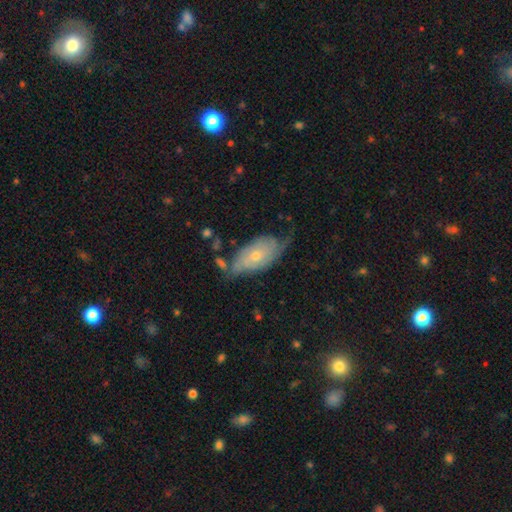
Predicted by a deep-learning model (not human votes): Smooth or featured?
  - featured or disk: 67% *
  - smooth: 25%
  - star or artifact: 8%
Edge-on disk?
  - no: 91% *
  - yes: 9%
Bar?
  - no: 78% *
  - weak: 18%
  - strong: 4%
Spiral arms?
  - yes: 81% *
  - no: 19%
Bulge size?
  - small: 57% *
  - moderate: 40%
  - large: 1%
  - none: 1%
  - dominant: 1%
Merging?
  - none: 50% *
  - minor disturbance: 30%
  - major disturbance: 15%
  - merger: 5%